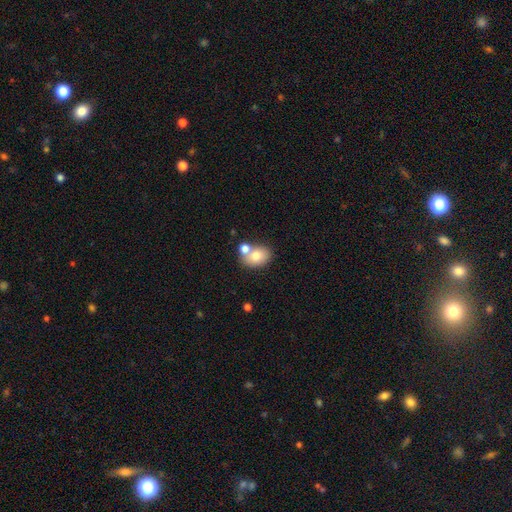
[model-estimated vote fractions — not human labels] Smooth or featured: smooth — 76% (featured or disk — 15%)
How rounded: in between — 63% (round — 36%)
Merging: none — 49% (merger — 36%)